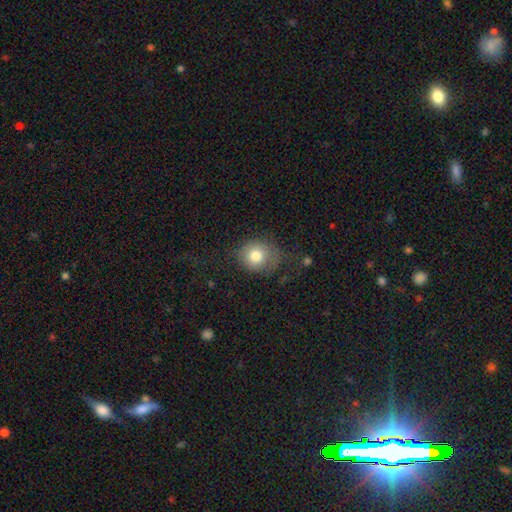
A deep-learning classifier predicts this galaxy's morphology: Smooth or featured?
  - smooth: 78% *
  - featured or disk: 12%
  - star or artifact: 10%
How rounded?
  - round: 75% *
  - in between: 24%
  - cigar-shaped: 1%
Merging?
  - none: 63% *
  - minor disturbance: 22%
  - major disturbance: 13%
  - merger: 2%